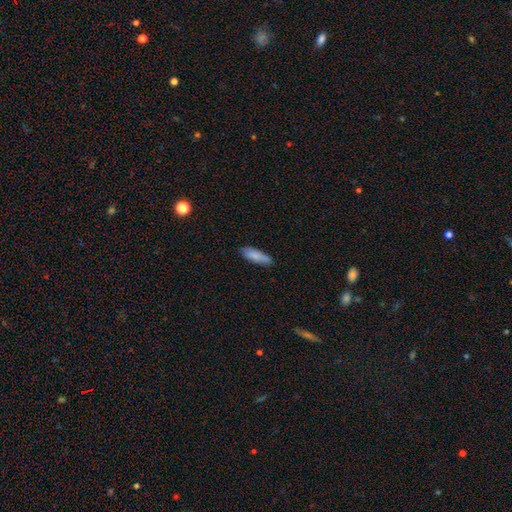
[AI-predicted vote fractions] Smooth or featured?
  - smooth: 85% *
  - featured or disk: 9%
  - star or artifact: 6%
How rounded?
  - in between: 50% *
  - cigar-shaped: 48%
  - round: 2%
Merging?
  - none: 79% *
  - minor disturbance: 16%
  - major disturbance: 3%
  - merger: 1%